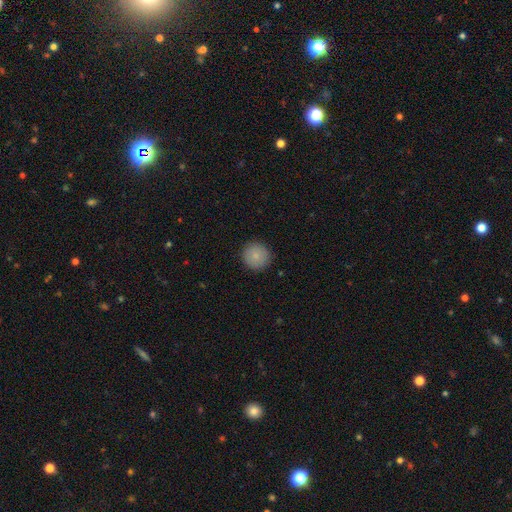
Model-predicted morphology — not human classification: type=smooth (83%); roundness=round (95%); merging=none (91%).